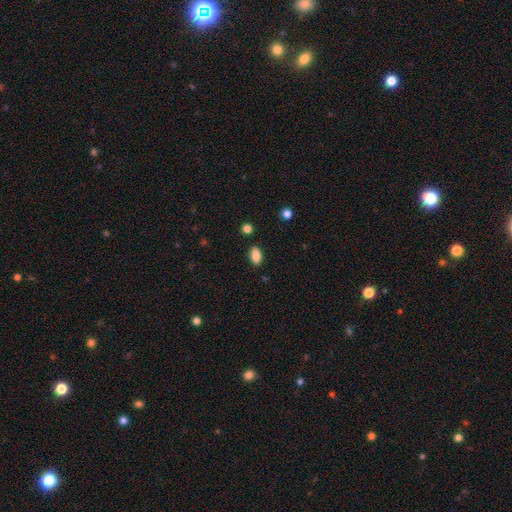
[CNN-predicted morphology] Smooth or featured: smooth — 85% (star or artifact — 8%)
How rounded: in between — 89% (round — 6%)
Merging: none — 87% (minor disturbance — 9%)